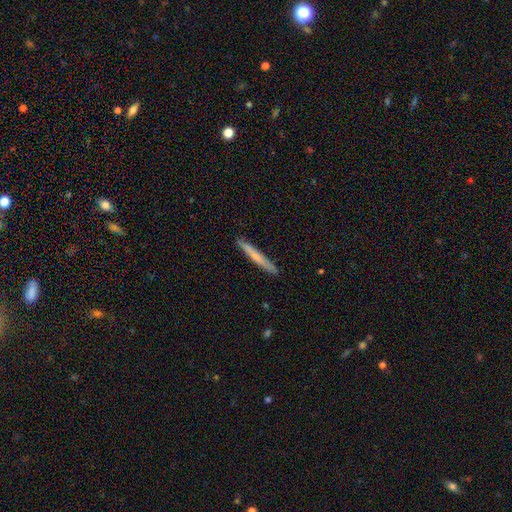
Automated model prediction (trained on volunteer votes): smooth_or_featured: smooth (p=0.59) [alt: featured or disk p=0.35]
how_rounded: cigar-shaped (p=0.96) [alt: in between p=0.02]
merging: none (p=0.90) [alt: minor disturbance p=0.08]